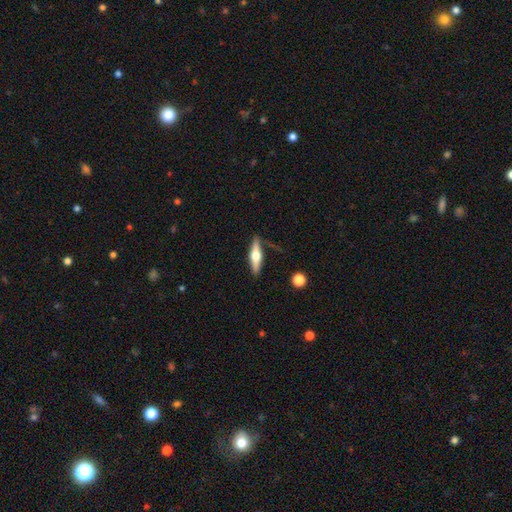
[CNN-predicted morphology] Smooth or featured?
  - featured or disk: 58% *
  - smooth: 37%
  - star or artifact: 6%
Edge-on disk?
  - yes: 94% *
  - no: 6%
Edge-on bulge?
  - rounded: 94% *
  - boxy: 4%
  - none: 2%
Merging?
  - none: 81% *
  - minor disturbance: 13%
  - major disturbance: 3%
  - merger: 3%